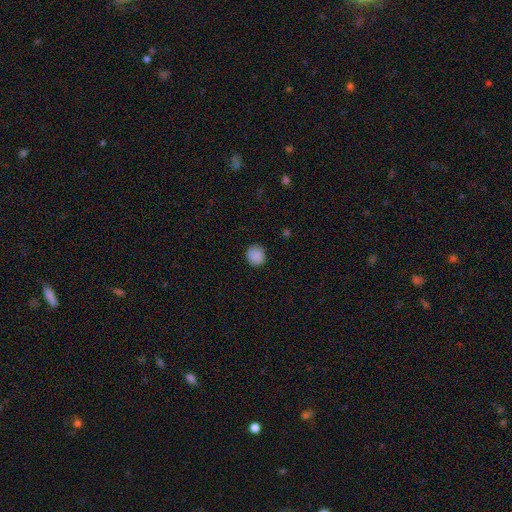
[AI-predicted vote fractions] Morphology: type=smooth (88%); roundness=round (88%); merging=none (87%).